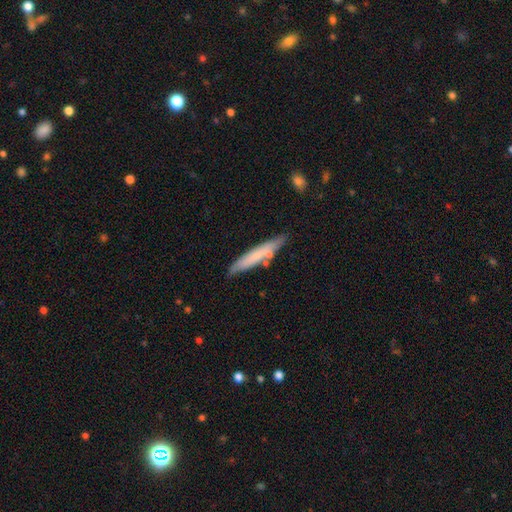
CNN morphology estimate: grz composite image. It shows a smooth galaxy with no disk features (63%) that is cigar-shaped (90%). Merging: none (76%).